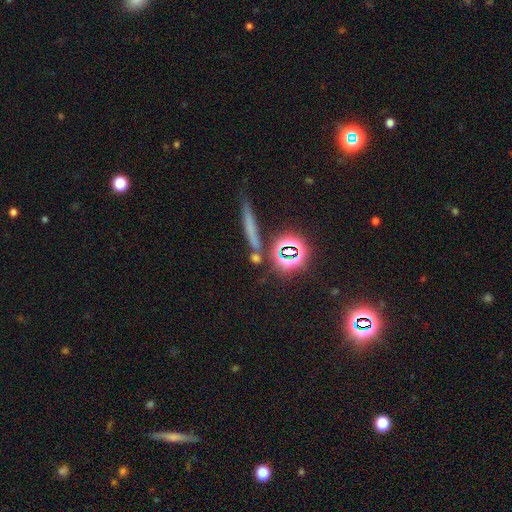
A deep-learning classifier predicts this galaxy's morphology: Q: Smooth or featured?
A: star or artifact (40%); runner-up: smooth (39%)